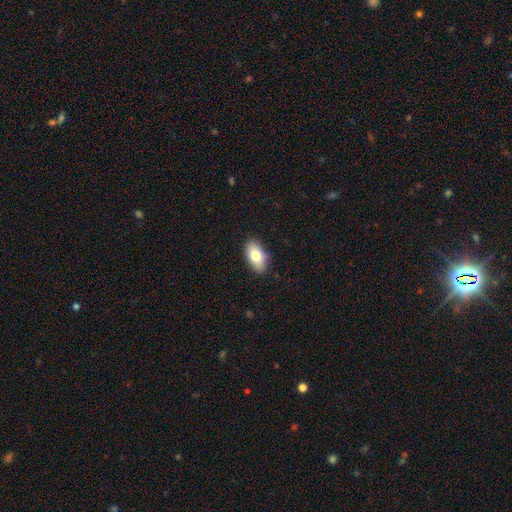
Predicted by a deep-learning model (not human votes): smooth-or-featured: smooth: 77% | featured or disk: 16% | star or artifact: 7%
  how-rounded: in between: 91% | round: 5% | cigar-shaped: 3%
  merging: none: 87% | minor disturbance: 10% | major disturbance: 2% | merger: 1%